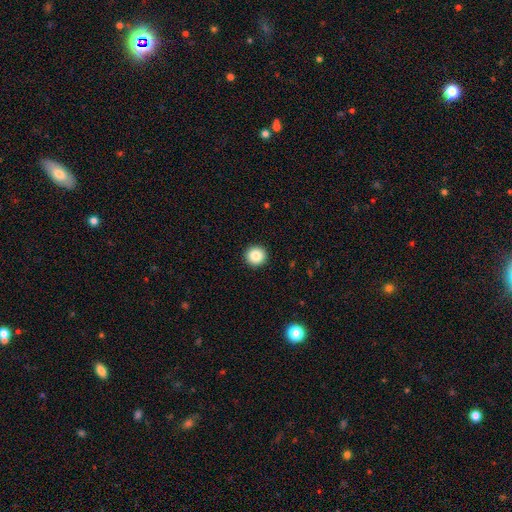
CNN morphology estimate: Overall: smooth (86%). How rounded: round (95%). Merging: none (93%).